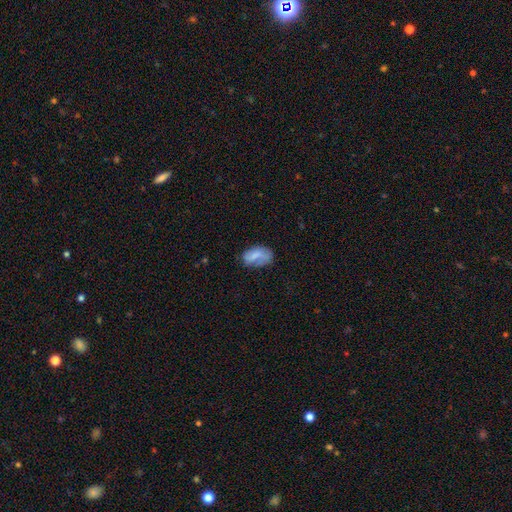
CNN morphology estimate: Smooth or featured: smooth — 66% (featured or disk — 26%)
How rounded: in between — 91% (round — 7%)
Merging: none — 45% (minor disturbance — 32%)